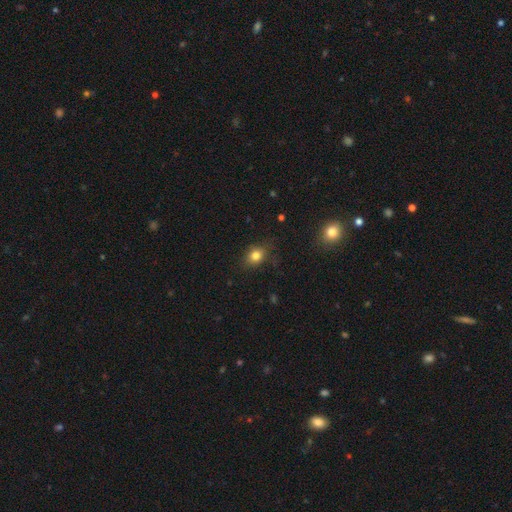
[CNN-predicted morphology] Overall: smooth (80%). How rounded: in between (50%; round 49%). Merging: none (79%).